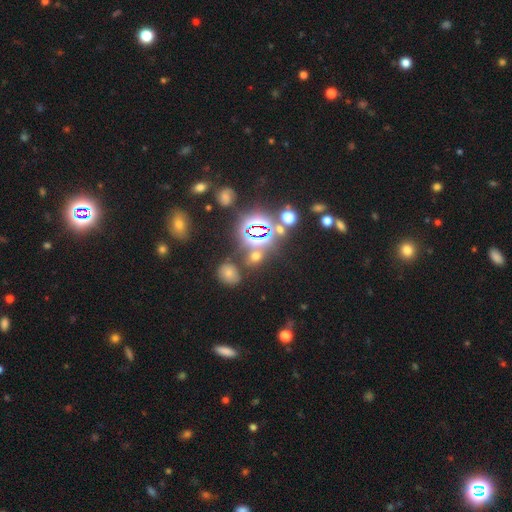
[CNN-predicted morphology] smooth-or-featured: star or artifact: 52% | smooth: 39% | featured or disk: 9%